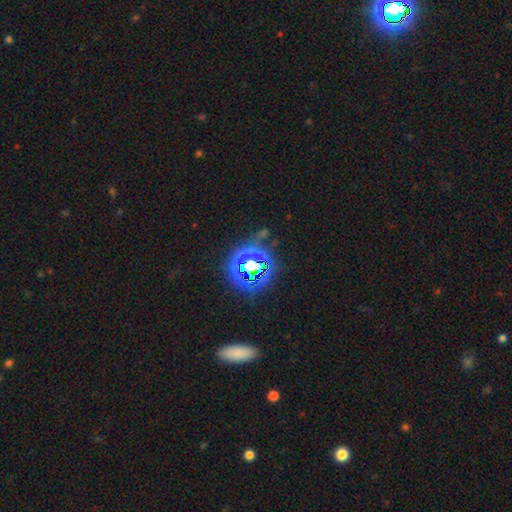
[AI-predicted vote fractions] Smooth or featured? Predicted: star or artifact (p=0.75).